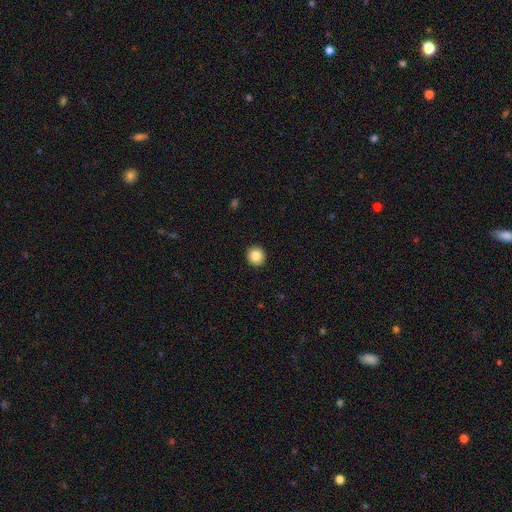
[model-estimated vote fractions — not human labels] Q: Smooth or featured?
A: smooth (86%); runner-up: star or artifact (9%)
Q: How rounded?
A: round (94%); runner-up: in between (5%)
Q: Merging?
A: none (94%); runner-up: minor disturbance (4%)